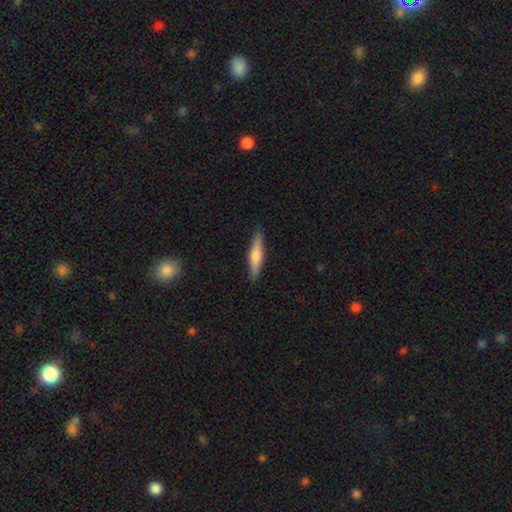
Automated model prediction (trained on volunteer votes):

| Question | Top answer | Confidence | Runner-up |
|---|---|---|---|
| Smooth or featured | smooth | 55% | featured or disk (39%) |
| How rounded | cigar-shaped | 82% | in between (16%) |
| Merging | none | 89% | minor disturbance (8%) |